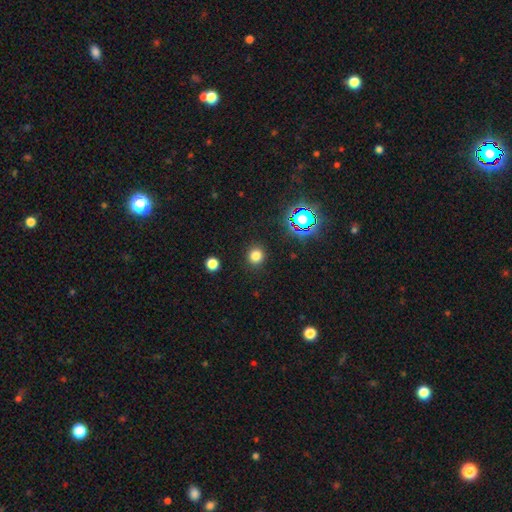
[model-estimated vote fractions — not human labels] A smooth galaxy with no disk features (78%) that is round (90%).

Vote fractions:
- Smooth or featured? smooth: 78% / star or artifact: 18% / featured or disk: 5%
- How rounded? round: 90% / in between: 9% / cigar-shaped: 1%
- Merging? none: 91% / minor disturbance: 6% / major disturbance: 2% / merger: 1%